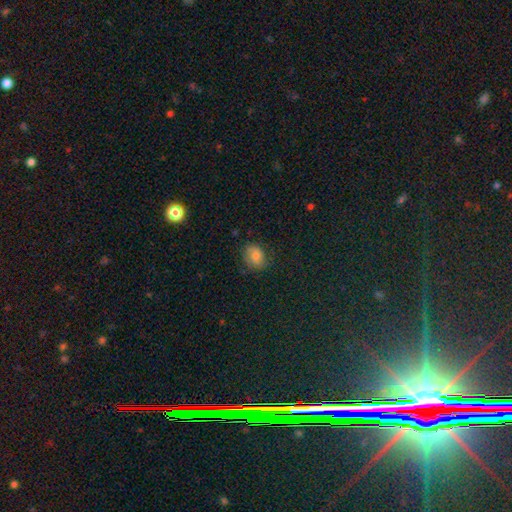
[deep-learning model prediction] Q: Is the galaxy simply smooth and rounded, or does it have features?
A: smooth — 73%.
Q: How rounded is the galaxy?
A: round — 51%.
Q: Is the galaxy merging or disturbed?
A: none — 74%.